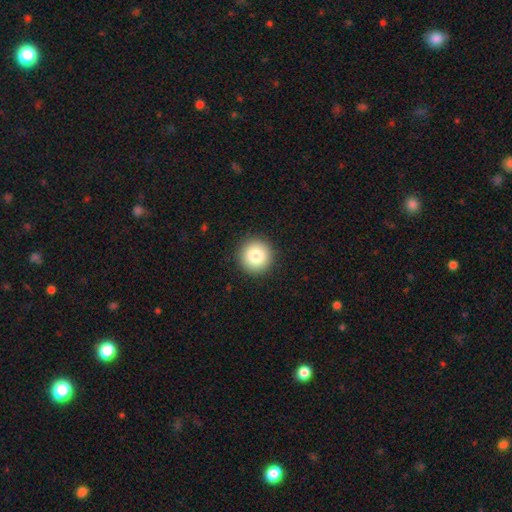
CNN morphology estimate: The model was most divided on "smooth or featured": smooth: 83%, star or artifact: 10%, featured or disk: 7%. More confident: how rounded — round (95%); merging — none (92%).